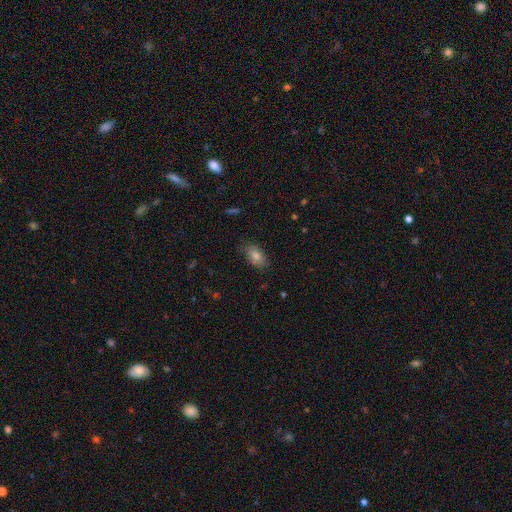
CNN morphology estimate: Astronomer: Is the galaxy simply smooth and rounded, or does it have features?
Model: smooth — 75%.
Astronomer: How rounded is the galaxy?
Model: in between — 87%.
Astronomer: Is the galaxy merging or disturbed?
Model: none — 81%.